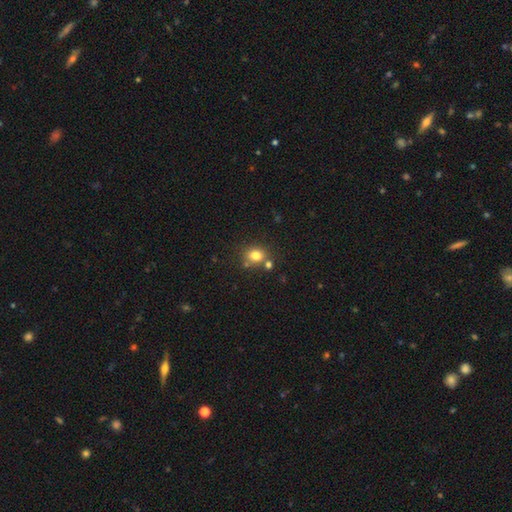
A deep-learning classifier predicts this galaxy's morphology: A smooth galaxy with no disk features (79%) that is round (64%). Merging: none (67%).